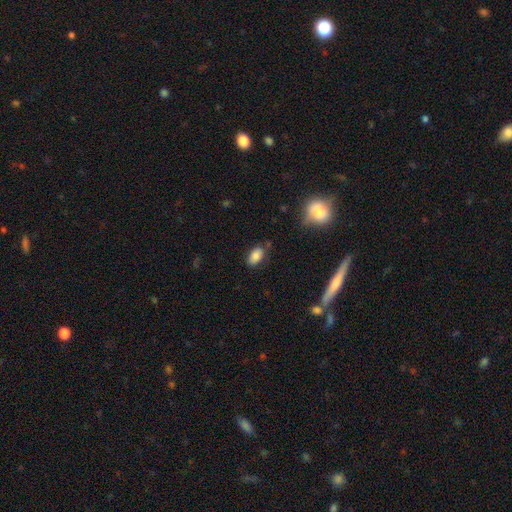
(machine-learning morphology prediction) Smooth or featured? smooth (83%)
How rounded? in between (92%)
Merging? none (78%)